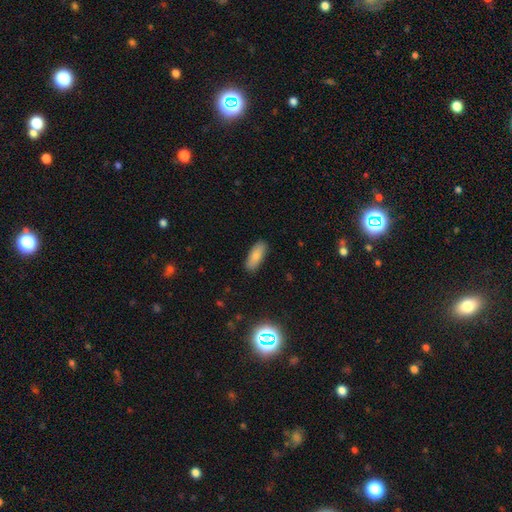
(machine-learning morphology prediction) smooth-or-featured: smooth: 83% | featured or disk: 10% | star or artifact: 7%
  how-rounded: in between: 72% | cigar-shaped: 26% | round: 2%
  merging: none: 88% | minor disturbance: 9% | major disturbance: 2% | merger: 1%